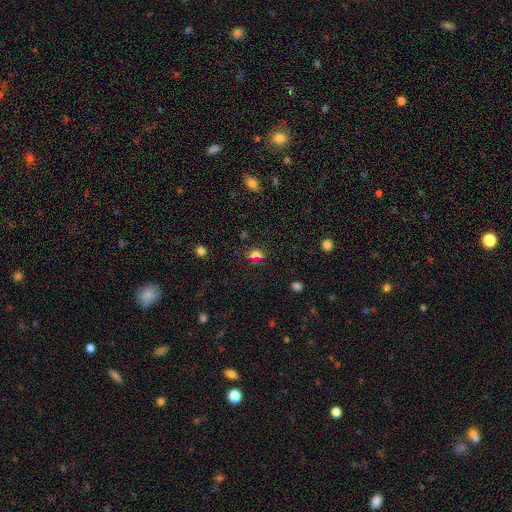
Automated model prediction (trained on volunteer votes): smooth_or_featured: smooth (p=0.71) [alt: star or artifact p=0.21]
how_rounded: in between (p=0.62) [alt: round p=0.34]
merging: none (p=0.68) [alt: minor disturbance p=0.16]